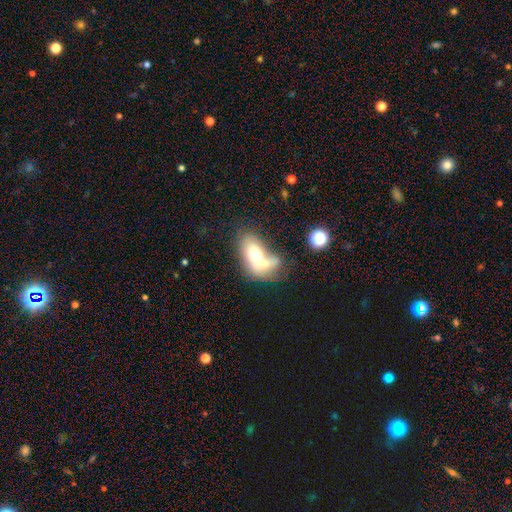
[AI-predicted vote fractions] This is likely a smooth galaxy (64%). How rounded: clearly in between (87%). Merging: possibly merger (55%).